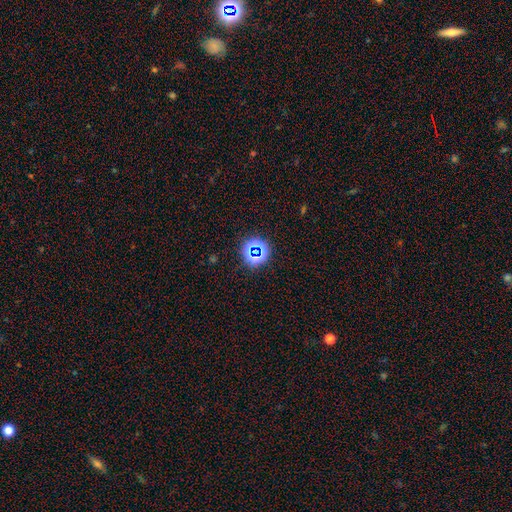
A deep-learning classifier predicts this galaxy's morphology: smooth-or-featured: star or artifact: 66% | smooth: 24% | featured or disk: 9%